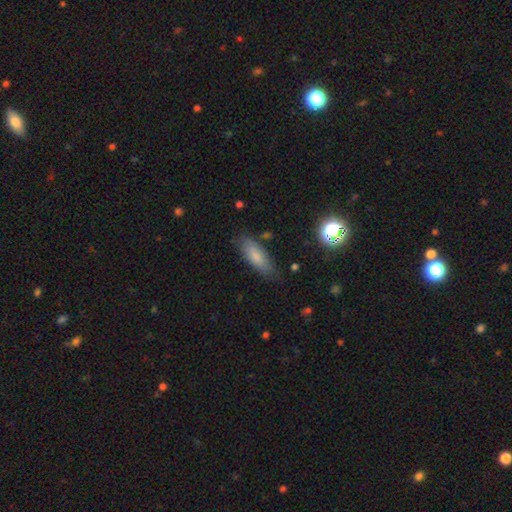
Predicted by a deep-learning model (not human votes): This appears to be a smooth galaxy with no disk features (79%) that is in between round and cigar-shaped (65%). Merging: none (76%).